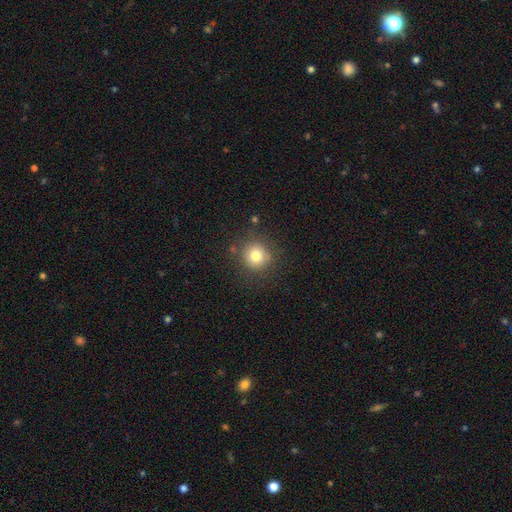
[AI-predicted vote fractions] Overall: smooth (78%). How rounded: round (93%). Merging: none (84%).